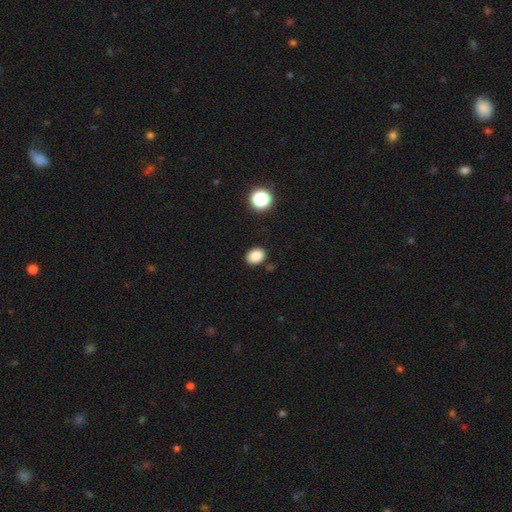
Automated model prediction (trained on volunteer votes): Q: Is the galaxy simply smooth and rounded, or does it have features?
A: smooth — 86%.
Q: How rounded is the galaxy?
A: in between — 64%.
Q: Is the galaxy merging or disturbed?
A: none — 86%.